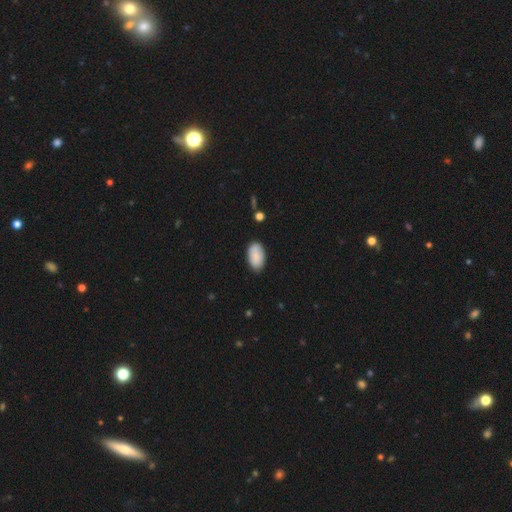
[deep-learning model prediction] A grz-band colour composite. It shows a smooth galaxy with no disk features (88%) that is in between round and cigar-shaped (94%). Merging: none (82%).